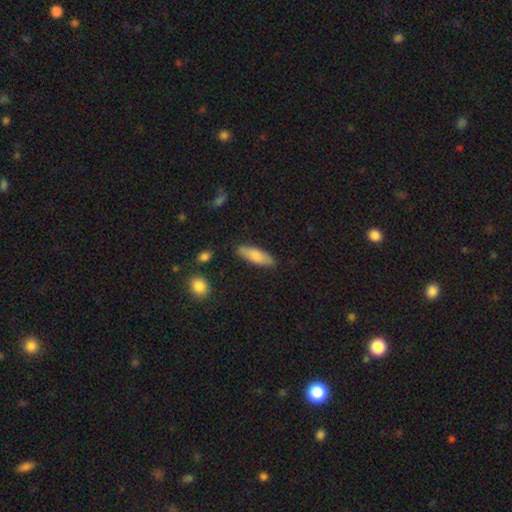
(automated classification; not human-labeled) Smooth or featured?
  - smooth: 77% *
  - featured or disk: 17%
  - star or artifact: 6%
How rounded?
  - in between: 50% *
  - cigar-shaped: 48%
  - round: 2%
Merging?
  - none: 85% *
  - minor disturbance: 11%
  - major disturbance: 2%
  - merger: 2%